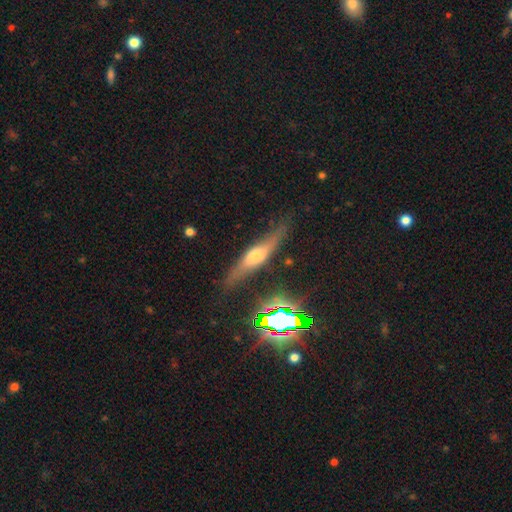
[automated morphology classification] featured or disk 60%, smooth 28%, star or artifact 11%. Down the decision tree: edge-on disk — yes (84%); edge-on bulge — rounded (80%); merging — none (77%).